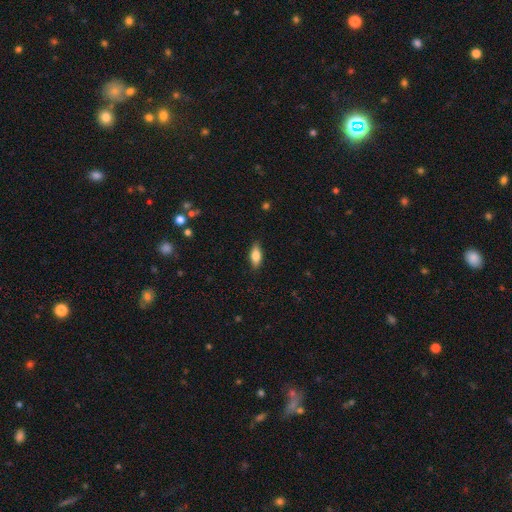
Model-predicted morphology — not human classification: The model was most divided on "how rounded": in between: 76%, cigar-shaped: 21%, round: 3%. More confident: merging — none (87%); smooth or featured — smooth (77%).